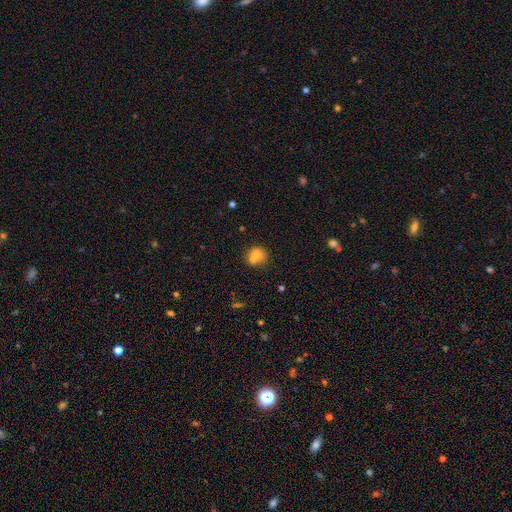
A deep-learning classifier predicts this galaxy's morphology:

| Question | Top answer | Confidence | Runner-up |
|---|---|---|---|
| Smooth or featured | smooth | 69% | featured or disk (20%) |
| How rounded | round | 73% | in between (26%) |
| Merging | merger | 52% | none (35%) |